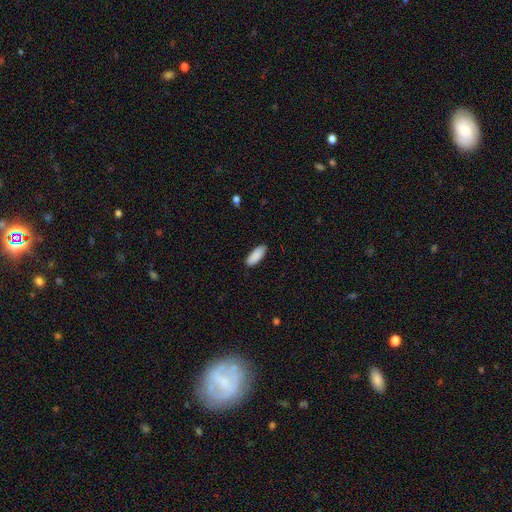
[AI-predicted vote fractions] Smooth or featured: smooth — 90% (star or artifact — 6%)
How rounded: in between — 78% (cigar-shaped — 21%)
Merging: none — 87% (minor disturbance — 10%)